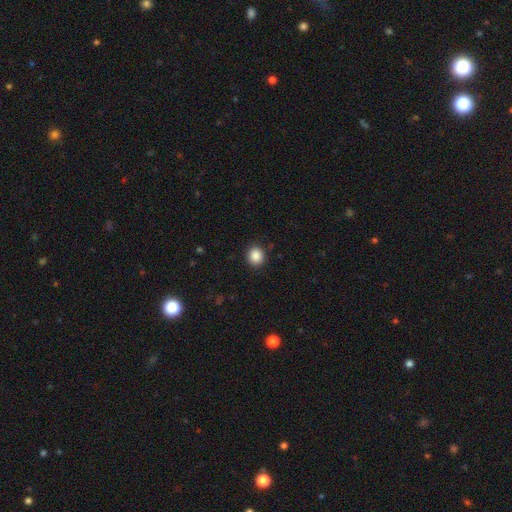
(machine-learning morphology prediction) smooth 88%, star or artifact 9%, featured or disk 3%. Down the decision tree: how rounded — round (80%); merging — none (90%).